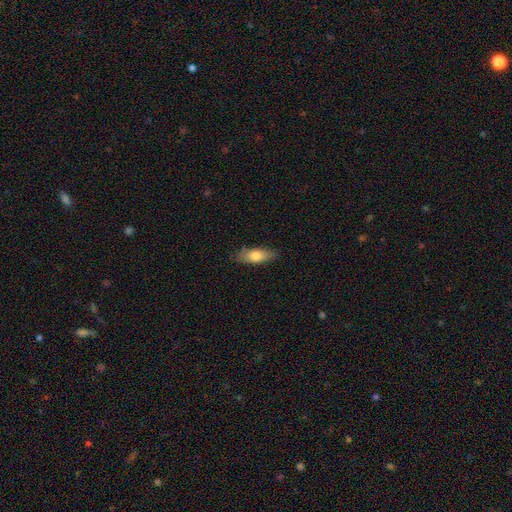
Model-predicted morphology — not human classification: This is likely a smooth galaxy (75%). How rounded: likely in between (68%). Merging: likely none (79%).